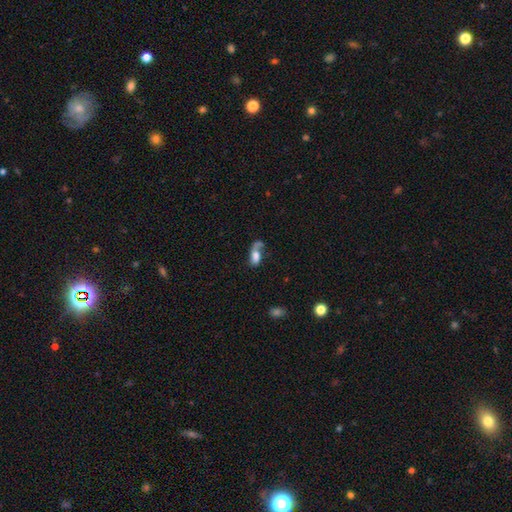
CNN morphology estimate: A smooth galaxy with no disk features (62%) that is in between round and cigar-shaped (83%).

Vote fractions:
- Smooth or featured? smooth: 62% / featured or disk: 28% / star or artifact: 10%
- How rounded? in between: 83% / cigar-shaped: 10% / round: 7%
- Merging? major disturbance: 31% / none: 28% / merger: 22% / minor disturbance: 19%